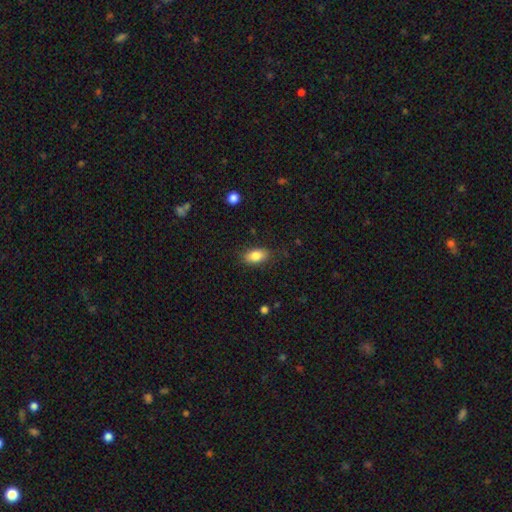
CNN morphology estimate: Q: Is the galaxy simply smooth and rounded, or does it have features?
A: smooth — 84%.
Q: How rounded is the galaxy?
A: in between — 90%.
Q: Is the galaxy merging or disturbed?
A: none — 83%.